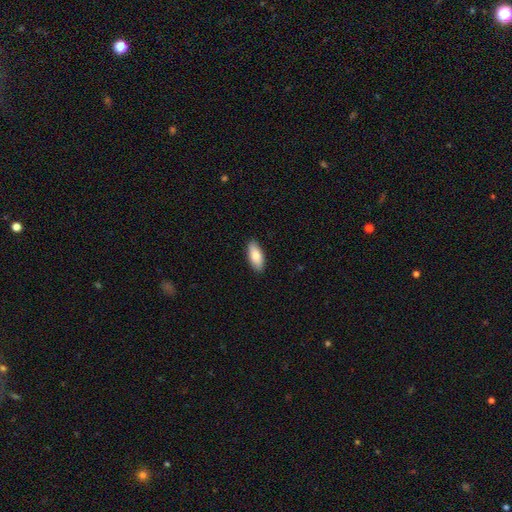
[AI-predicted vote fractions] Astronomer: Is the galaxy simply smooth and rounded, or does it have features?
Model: smooth — 84%.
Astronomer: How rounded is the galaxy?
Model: in between — 85%.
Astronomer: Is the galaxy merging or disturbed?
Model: none — 89%.